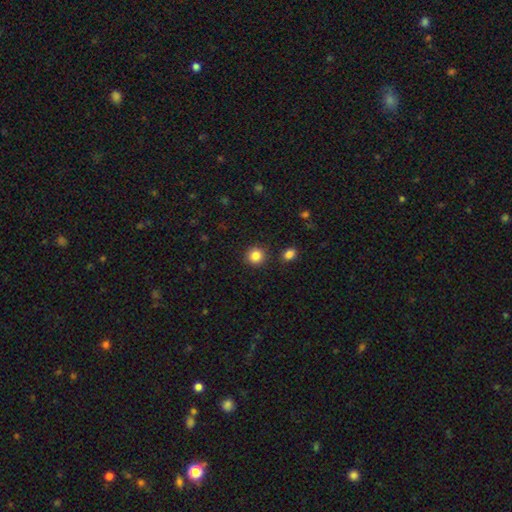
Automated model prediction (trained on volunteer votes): Smooth or featured: smooth — 84% (star or artifact — 11%)
How rounded: round — 90% (in between — 9%)
Merging: none — 89% (minor disturbance — 6%)